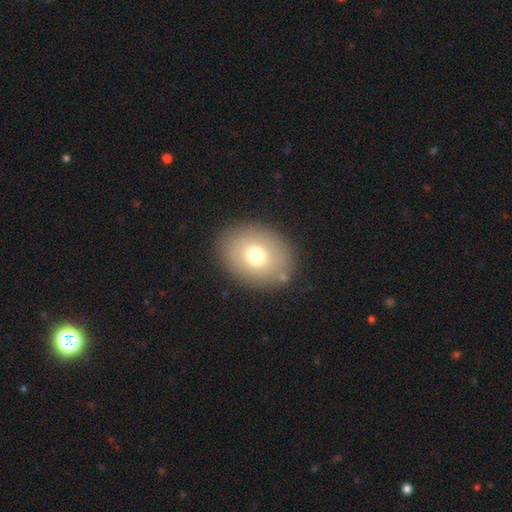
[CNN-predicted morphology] This appears to be a smooth galaxy with no disk features (72%) that is in between round and cigar-shaped (56%). Merging: none (85%).